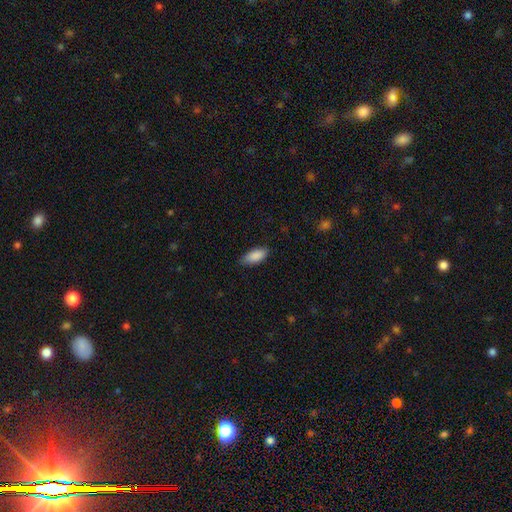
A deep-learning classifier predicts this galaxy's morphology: Smooth or featured: smooth — 89% (star or artifact — 6%)
How rounded: in between — 85% (cigar-shaped — 13%)
Merging: none — 81% (minor disturbance — 16%)